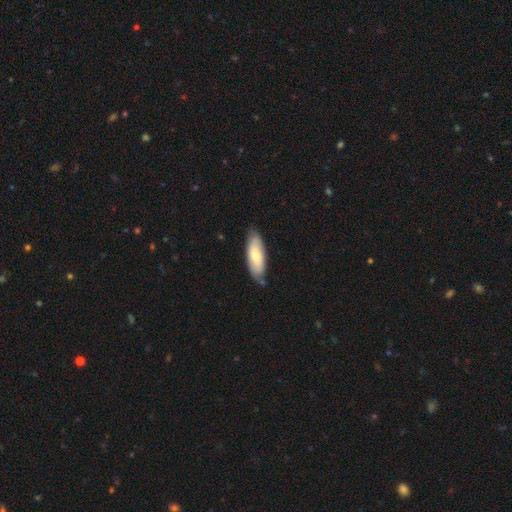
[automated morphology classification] Smooth or featured? smooth (64%)
How rounded? in between (74%)
Merging? none (75%)